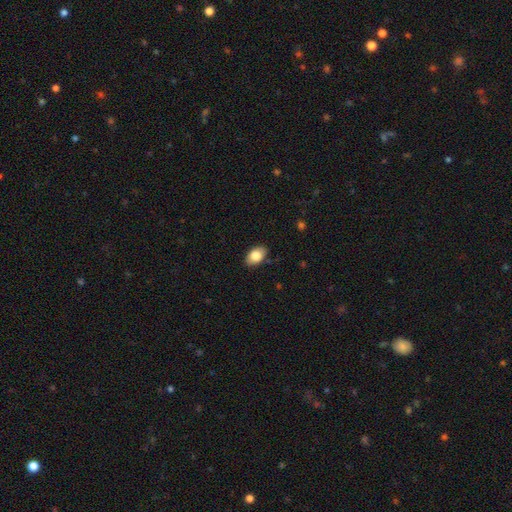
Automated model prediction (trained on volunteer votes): This is clearly a smooth galaxy (84%). How rounded: clearly in between (90%). Merging: clearly none (85%).